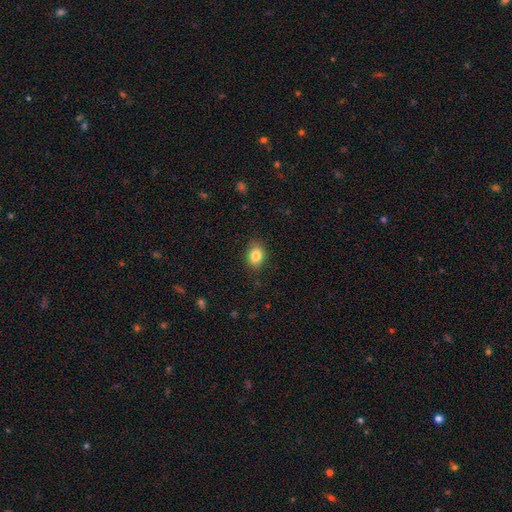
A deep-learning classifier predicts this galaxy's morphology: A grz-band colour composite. It shows a smooth galaxy with no disk features (85%) that is in between round and cigar-shaped (71%). Merging: none (85%).